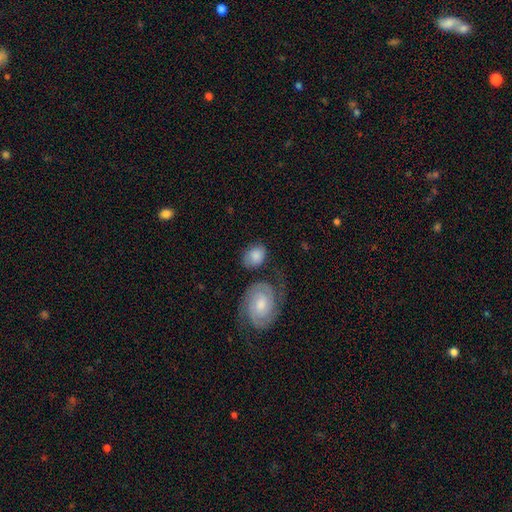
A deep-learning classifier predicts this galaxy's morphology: Smooth or featured: smooth — 75% (featured or disk — 19%)
How rounded: in between — 67% (round — 32%)
Merging: none — 60% (minor disturbance — 20%)